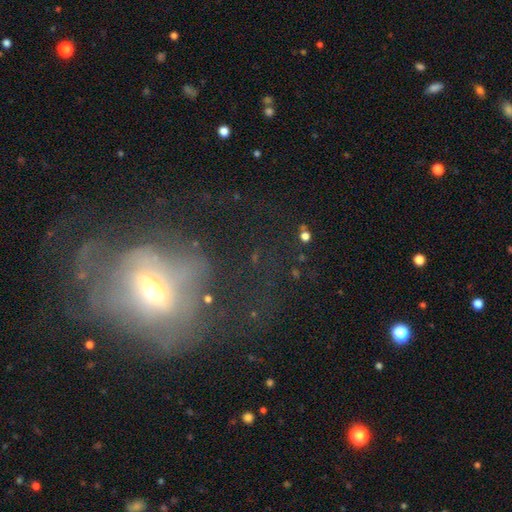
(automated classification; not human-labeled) A featured or disk galaxy (47%). Merging: major disturbance (44%).